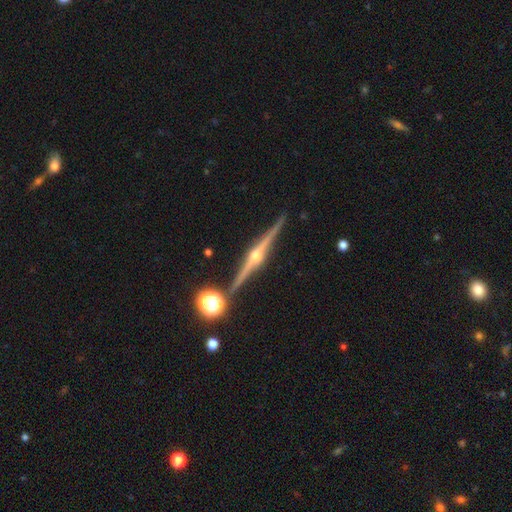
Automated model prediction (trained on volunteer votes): A featured or disk galaxy (90%) viewed edge-on (99%) with a rounded central bulge (94%).

Vote fractions:
- Smooth or featured? featured or disk: 90% / star or artifact: 5% / smooth: 5%
- Edge-on disk? yes: 99% / no: 1%
- Edge-on bulge? rounded: 94% / boxy: 4% / none: 3%
- Merging? none: 90% / minor disturbance: 6% / merger: 3% / major disturbance: 2%